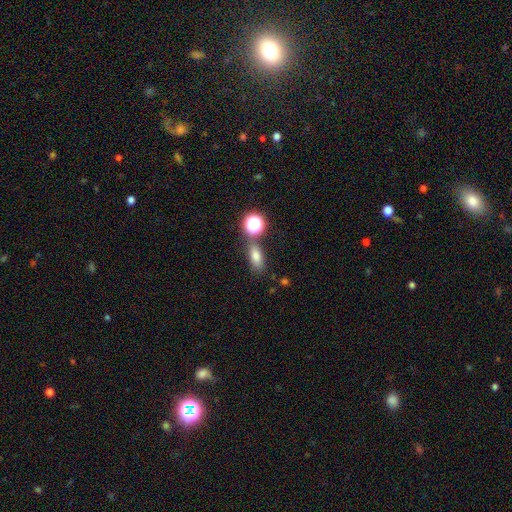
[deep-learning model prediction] This is likely a smooth galaxy (74%). How rounded: likely in between (71%). Merging: likely none (68%).